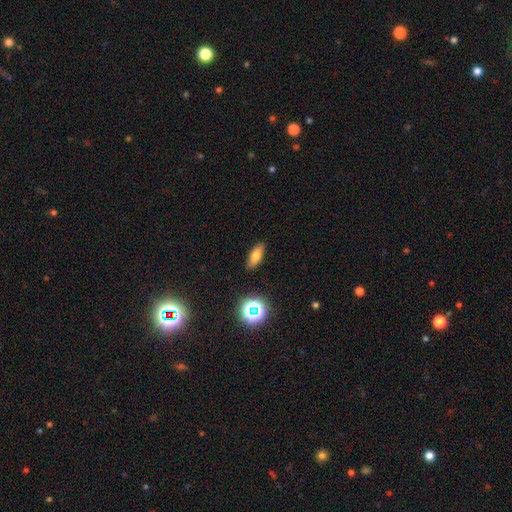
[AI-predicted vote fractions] A smooth galaxy with no disk features (72%) that is in between round and cigar-shaped (71%). Merging: none (88%).